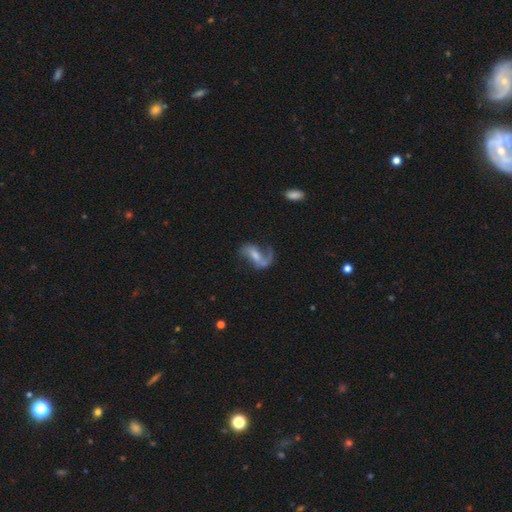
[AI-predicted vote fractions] Morphology: type=featured or disk (78%); edge-on=no (96%); bar=weak (45%); spiral arms=yes (91%); winding=loose (70%); arm count=2 (69%); bulge=moderate (43%); merging=none (49%).